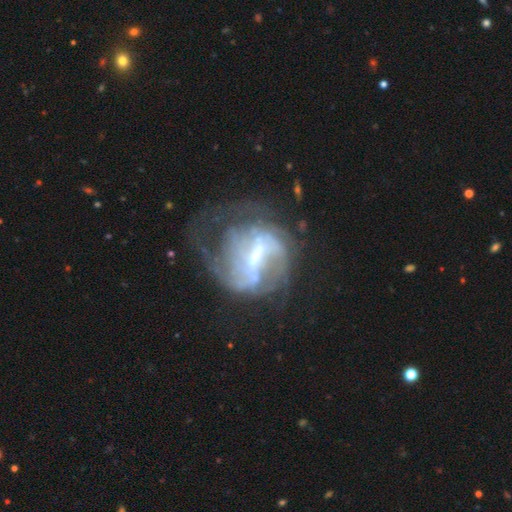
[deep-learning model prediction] This is likely a featured or disk galaxy (79%). It is clearly not viewed edge-on (97%). Bar: marginally weak (43%, tied with strong). Spiral arm pattern: likely yes (80%). Spiral arm count: marginally can't tell (36%). Spiral winding: marginally medium (39%). Central bulge: marginally small (40%). Merging: marginally major disturbance (40%).